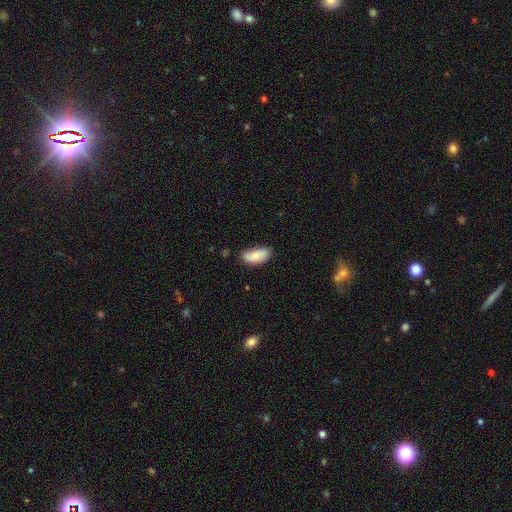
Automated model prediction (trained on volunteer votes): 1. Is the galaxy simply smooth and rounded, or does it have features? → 78% smooth, 16% featured or disk, 7% star or artifact.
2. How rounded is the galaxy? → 91% in between, 7% cigar-shaped, 3% round.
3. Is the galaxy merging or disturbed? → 67% none, 27% minor disturbance, 4% major disturbance, 2% merger.